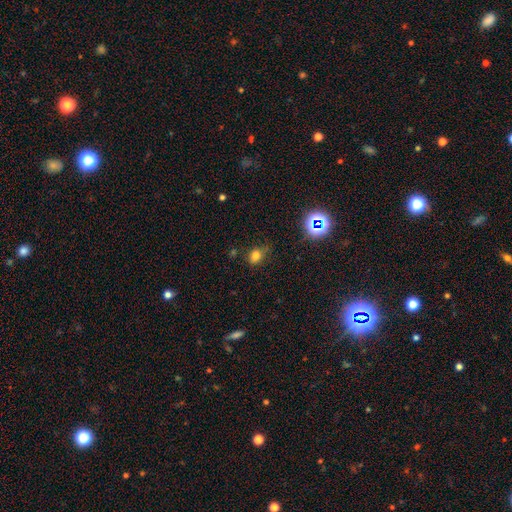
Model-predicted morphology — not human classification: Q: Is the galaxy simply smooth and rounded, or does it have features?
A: smooth — 74%.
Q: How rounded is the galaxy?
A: in between — 54%.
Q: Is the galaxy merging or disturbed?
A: none — 64%.